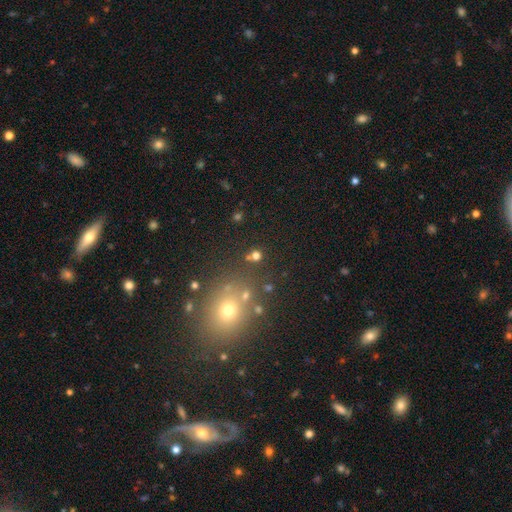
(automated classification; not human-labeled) Smooth or featured? Predicted: smooth (p=0.68). How rounded? Predicted: round (p=0.86). Merging? Predicted: none (p=0.77).